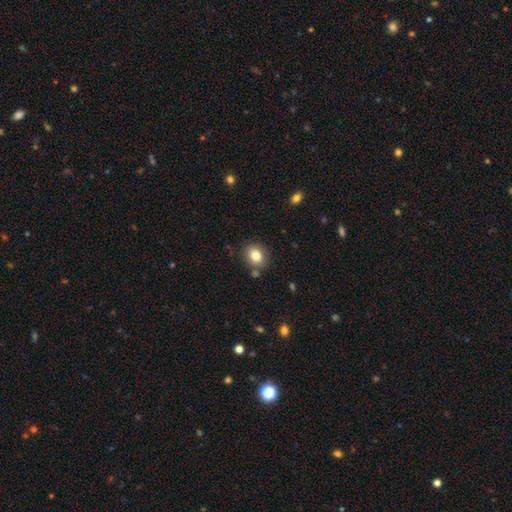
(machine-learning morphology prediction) Smooth or featured?
  - smooth: 82% *
  - star or artifact: 10%
  - featured or disk: 8%
How rounded?
  - round: 57% *
  - in between: 42%
  - cigar-shaped: 1%
Merging?
  - none: 82% *
  - minor disturbance: 10%
  - merger: 5%
  - major disturbance: 3%